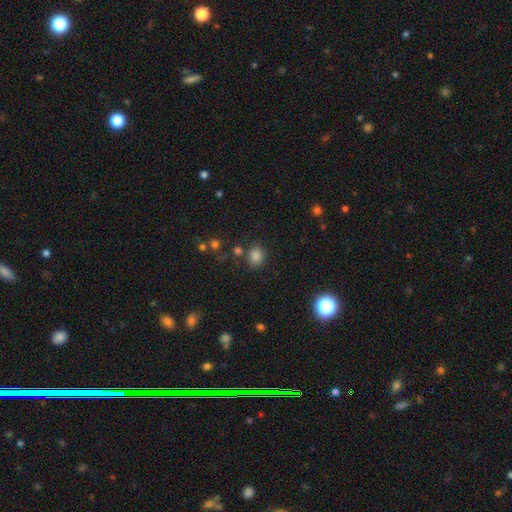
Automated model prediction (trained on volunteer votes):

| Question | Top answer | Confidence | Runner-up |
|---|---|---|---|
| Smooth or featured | smooth | 82% | star or artifact (13%) |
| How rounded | round | 60% | in between (39%) |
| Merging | none | 78% | minor disturbance (12%) |